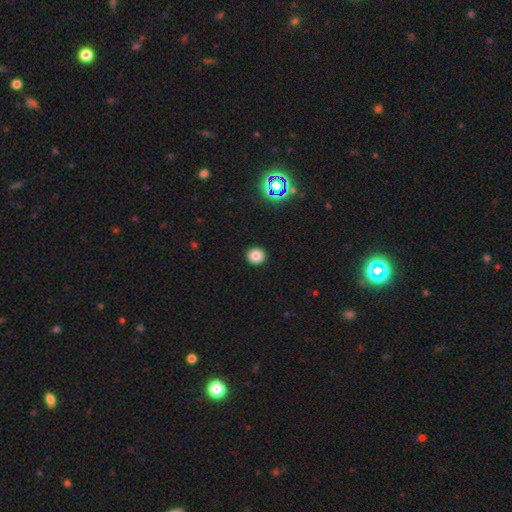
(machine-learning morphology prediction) Q: Smooth or featured?
A: smooth (82%); runner-up: star or artifact (13%)
Q: How rounded?
A: round (90%); runner-up: in between (9%)
Q: Merging?
A: none (93%); runner-up: minor disturbance (5%)